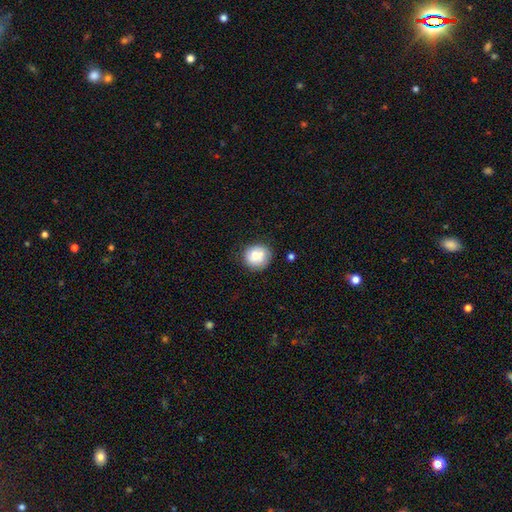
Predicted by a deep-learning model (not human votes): This is likely a smooth galaxy (80%). How rounded: clearly round (85%). Merging: likely none (76%).